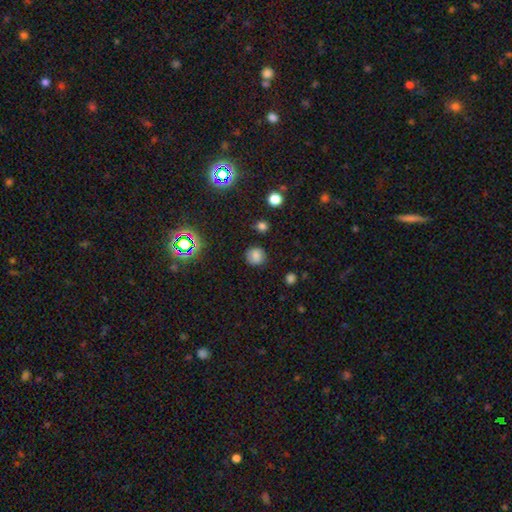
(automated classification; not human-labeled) smooth 76%, star or artifact 16%, featured or disk 8%. Down the decision tree: how rounded — round (87%); merging — none (84%).